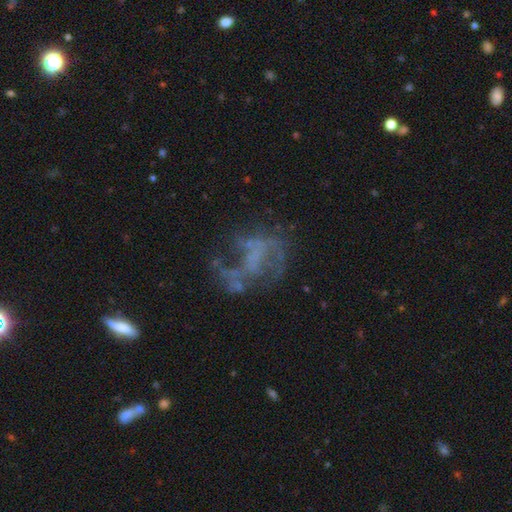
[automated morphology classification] This is likely a featured or disk galaxy (67%). It is clearly not viewed edge-on (98%). Bar: likely no (73%). Spiral arm pattern: likely no (65%). Central bulge: likely none (78%). Merging: marginally none (44%).